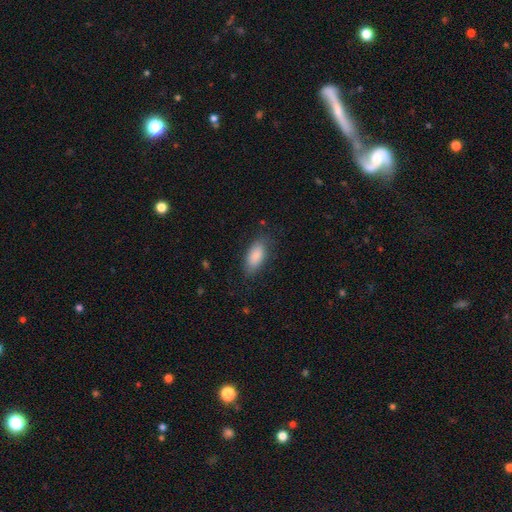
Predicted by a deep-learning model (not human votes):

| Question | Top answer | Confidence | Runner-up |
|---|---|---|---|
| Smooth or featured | smooth | 88% | star or artifact (7%) |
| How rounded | in between | 87% | cigar-shaped (11%) |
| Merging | none | 80% | minor disturbance (15%) |